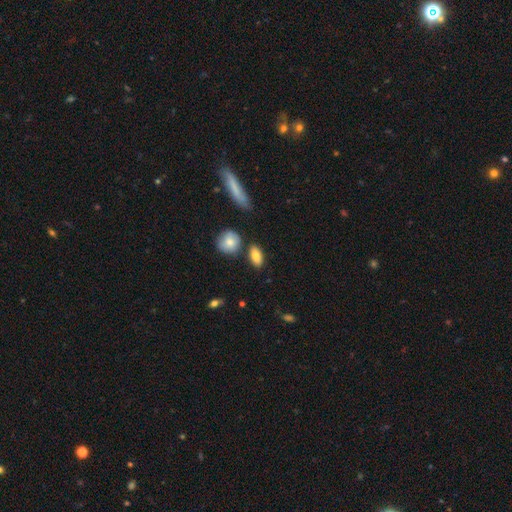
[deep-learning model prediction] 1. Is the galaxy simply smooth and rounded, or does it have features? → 84% smooth, 9% featured or disk, 7% star or artifact.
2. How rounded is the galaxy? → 83% in between, 10% cigar-shaped, 8% round.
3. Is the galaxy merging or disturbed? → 80% none, 11% minor disturbance, 7% merger, 3% major disturbance.